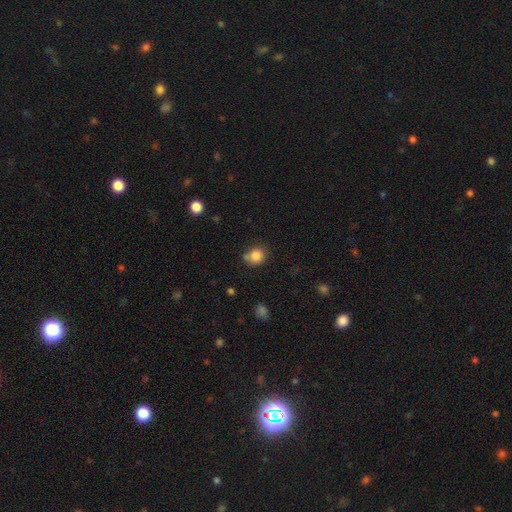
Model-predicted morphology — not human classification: This appears to be a smooth galaxy with no disk features (84%) that is round (80%). Merging: none (61%).